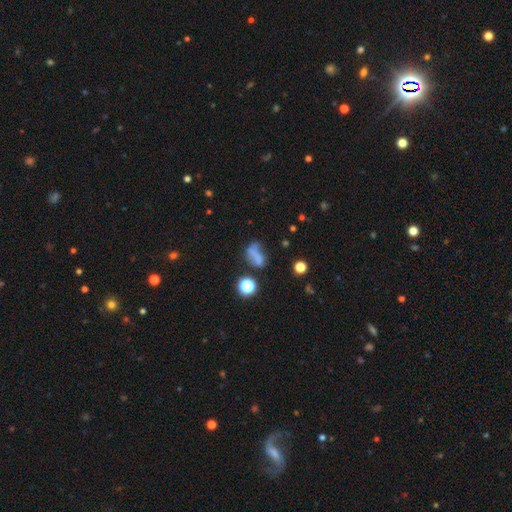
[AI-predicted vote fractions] A smooth galaxy with no disk features (57%) that is in between round and cigar-shaped (69%).

Vote fractions:
- Smooth or featured? smooth: 57% / featured or disk: 22% / star or artifact: 20%
- How rounded? in between: 69% / round: 23% / cigar-shaped: 8%
- Merging? none: 39% / minor disturbance: 25% / major disturbance: 23% / merger: 12%